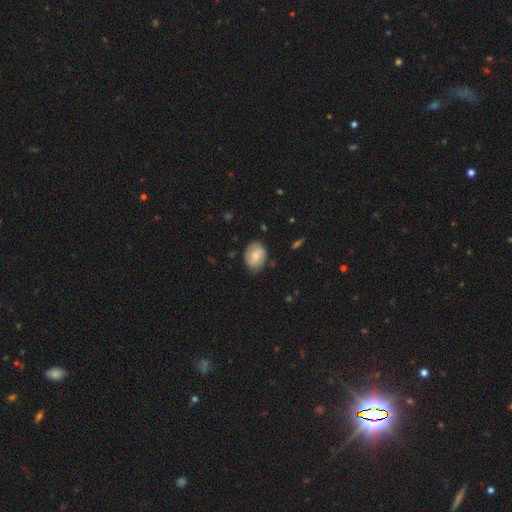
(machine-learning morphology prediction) Overall: smooth (67%). How rounded: in between (69%; round 30%). Merging: none (77%).